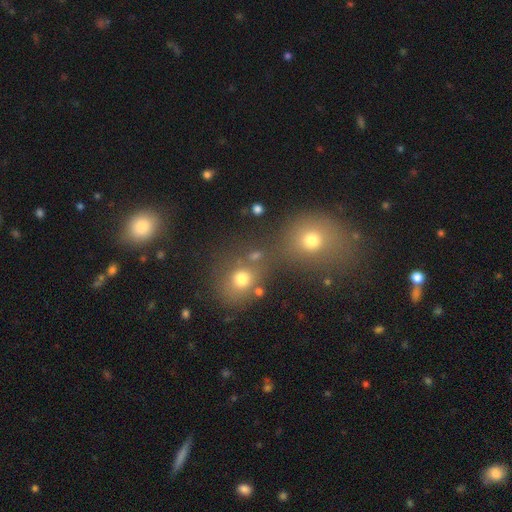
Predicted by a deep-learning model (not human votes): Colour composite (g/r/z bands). It shows a smooth galaxy with no disk features (68%) that is round (75%). Merging: none (51%).